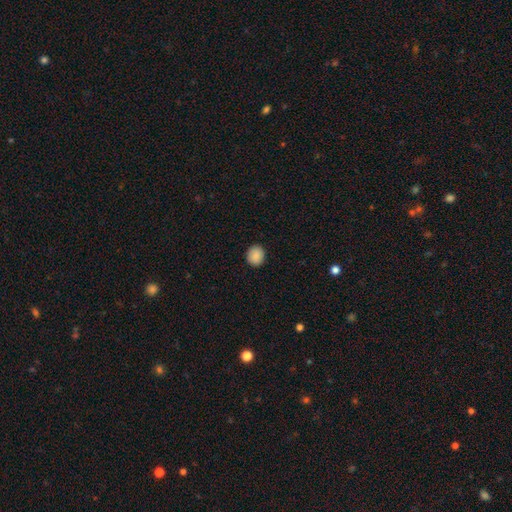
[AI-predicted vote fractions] The model was most divided on "how rounded": round: 82%, in between: 17%, cigar-shaped: 1%. More confident: merging — none (91%); smooth or featured — smooth (88%).